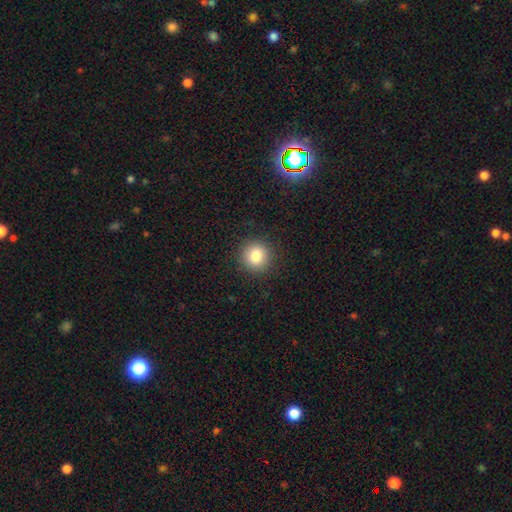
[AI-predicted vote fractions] Smooth or featured: smooth — 83% (star or artifact — 10%)
How rounded: round — 92% (in between — 7%)
Merging: none — 91% (minor disturbance — 6%)